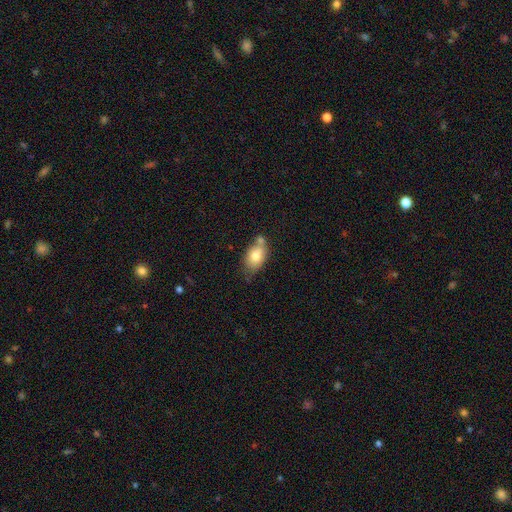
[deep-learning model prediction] smooth-or-featured: smooth: 75% | featured or disk: 17% | star or artifact: 8%
  how-rounded: in between: 83% | round: 15% | cigar-shaped: 2%
  merging: none: 49% | merger: 27% | minor disturbance: 19% | major disturbance: 5%